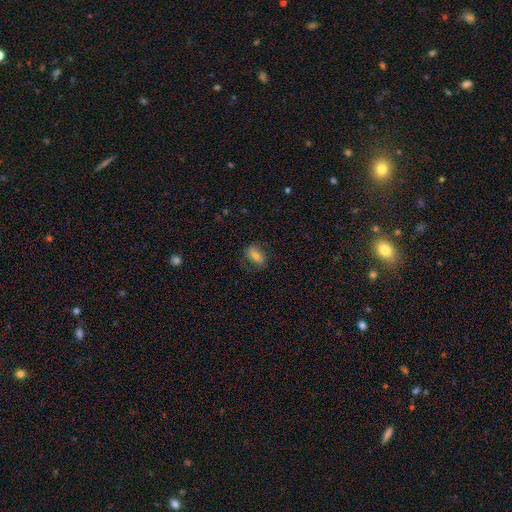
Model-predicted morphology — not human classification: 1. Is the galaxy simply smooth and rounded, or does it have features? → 67% smooth, 24% featured or disk, 9% star or artifact.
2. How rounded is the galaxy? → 80% in between, 10% cigar-shaped, 10% round.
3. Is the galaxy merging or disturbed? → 78% none, 16% minor disturbance, 5% major disturbance, 1% merger.